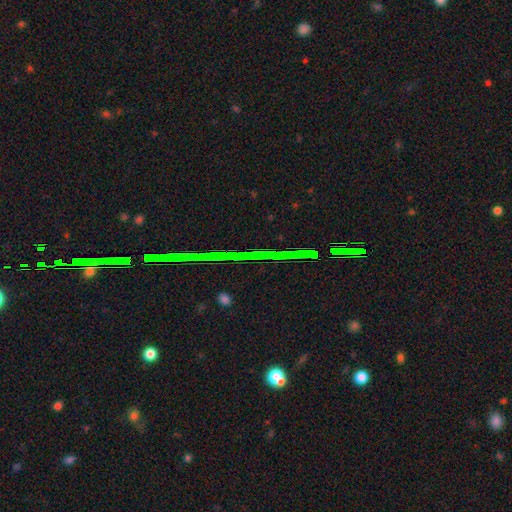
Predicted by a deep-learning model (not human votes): This appears to be a star or artifact, not a galaxy (78%).